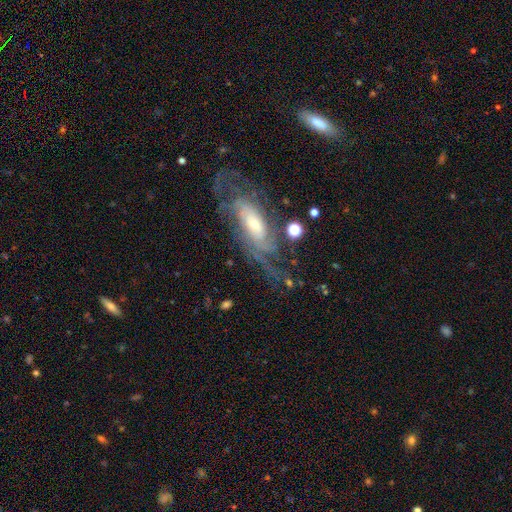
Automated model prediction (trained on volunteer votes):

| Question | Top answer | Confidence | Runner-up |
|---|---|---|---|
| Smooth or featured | featured or disk | 76% | smooth (14%) |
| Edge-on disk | no | 79% | yes (21%) |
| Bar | no | 46% | weak (37%) |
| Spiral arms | yes | 83% | no (17%) |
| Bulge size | moderate | 51% | small (37%) |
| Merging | none | 66% | minor disturbance (18%) |